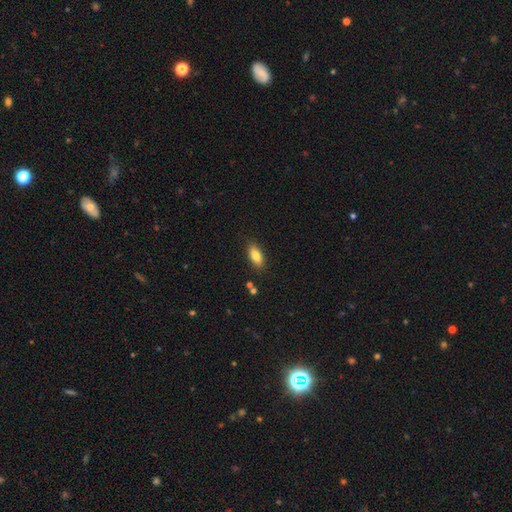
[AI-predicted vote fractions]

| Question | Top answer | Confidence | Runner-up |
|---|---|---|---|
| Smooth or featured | smooth | 83% | featured or disk (10%) |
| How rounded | in between | 82% | cigar-shaped (15%) |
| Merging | none | 85% | minor disturbance (11%) |